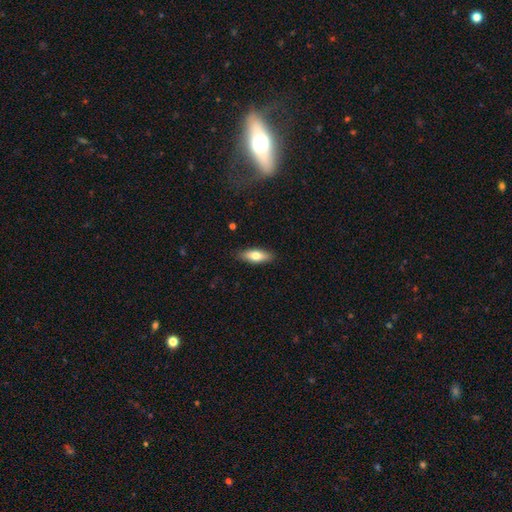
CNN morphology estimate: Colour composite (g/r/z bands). It shows a smooth galaxy with no disk features (69%) that is in between round and cigar-shaped (64%). Merging: none (88%).